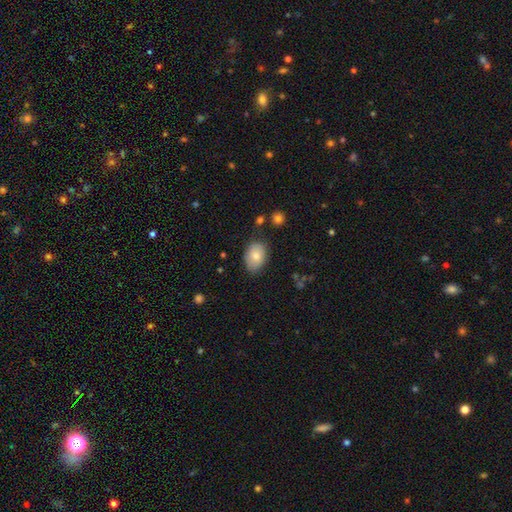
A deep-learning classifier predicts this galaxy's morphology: A smooth galaxy with no disk features (79%) that is in between round and cigar-shaped (84%). Merging: none (77%).